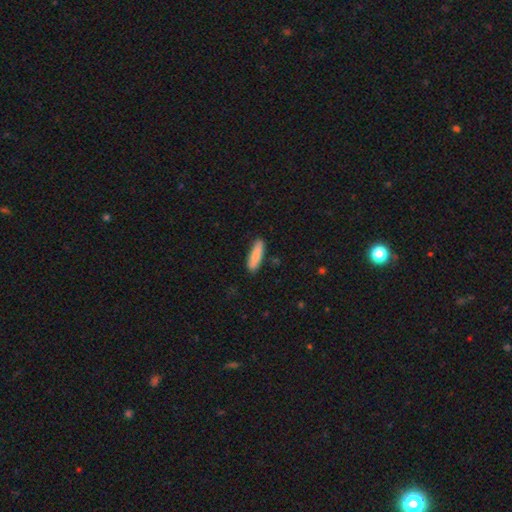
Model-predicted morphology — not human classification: Smooth or featured: smooth — 84% (featured or disk — 11%)
How rounded: cigar-shaped — 64% (in between — 35%)
Merging: none — 86% (minor disturbance — 10%)